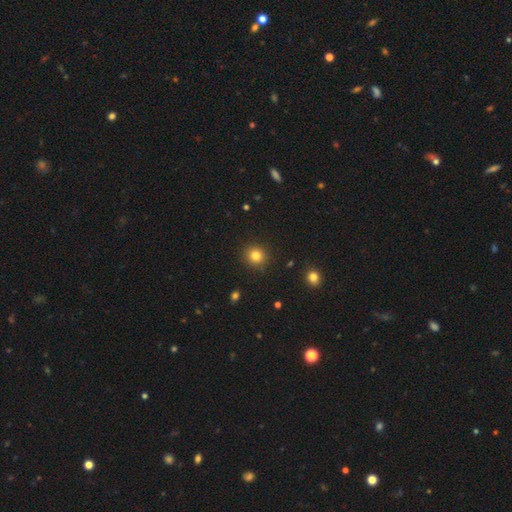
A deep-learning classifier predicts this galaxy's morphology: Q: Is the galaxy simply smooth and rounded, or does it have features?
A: smooth — 82%.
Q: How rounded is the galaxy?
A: round — 90%.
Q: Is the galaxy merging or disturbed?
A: none — 91%.